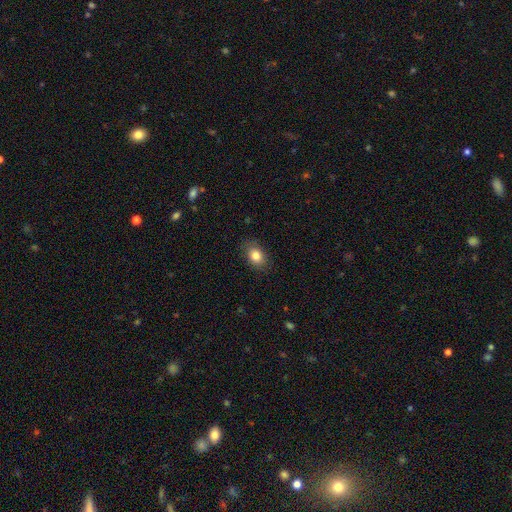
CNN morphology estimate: smooth_or_featured: smooth (p=0.82) [alt: star or artifact p=0.09]
how_rounded: in between (p=0.70) [alt: round p=0.28]
merging: none (p=0.84) [alt: minor disturbance p=0.12]